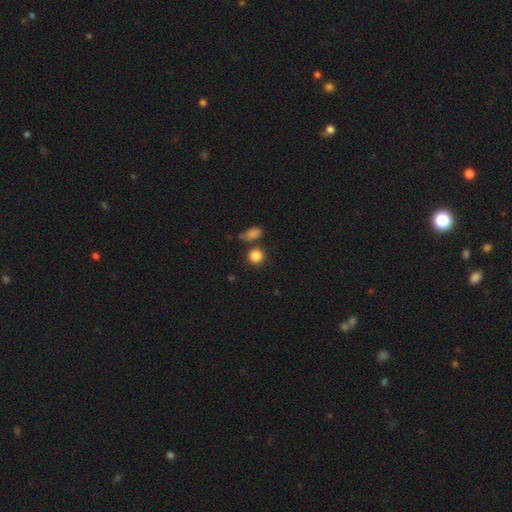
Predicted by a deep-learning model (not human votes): Smooth or featured?
  - smooth: 85% *
  - star or artifact: 10%
  - featured or disk: 5%
How rounded?
  - round: 87% *
  - in between: 12%
  - cigar-shaped: 1%
Merging?
  - none: 75% *
  - merger: 12%
  - minor disturbance: 10%
  - major disturbance: 3%